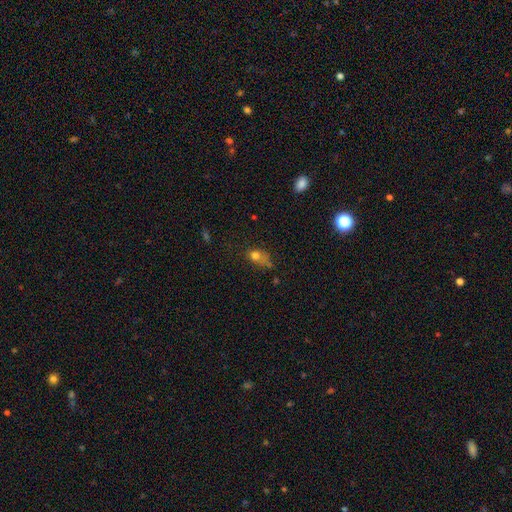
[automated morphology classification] smooth-or-featured: smooth: 73% | star or artifact: 14% | featured or disk: 13%
  how-rounded: in between: 54% | round: 42% | cigar-shaped: 3%
  merging: none: 33% | minor disturbance: 30% | major disturbance: 25% | merger: 11%